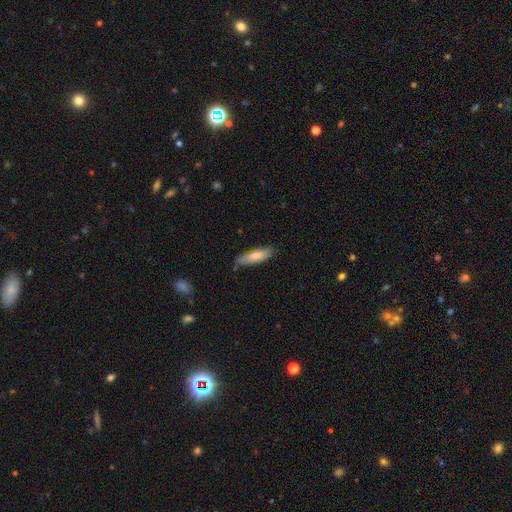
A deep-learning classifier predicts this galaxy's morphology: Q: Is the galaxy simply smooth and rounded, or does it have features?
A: smooth — 75%.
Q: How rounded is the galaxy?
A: cigar-shaped — 62%.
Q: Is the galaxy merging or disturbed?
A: none — 76%.